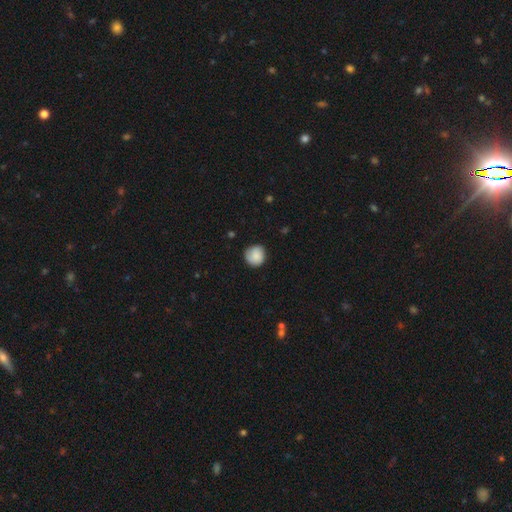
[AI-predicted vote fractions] Smooth or featured? smooth (80%)
How rounded? round (90%)
Merging? none (79%)